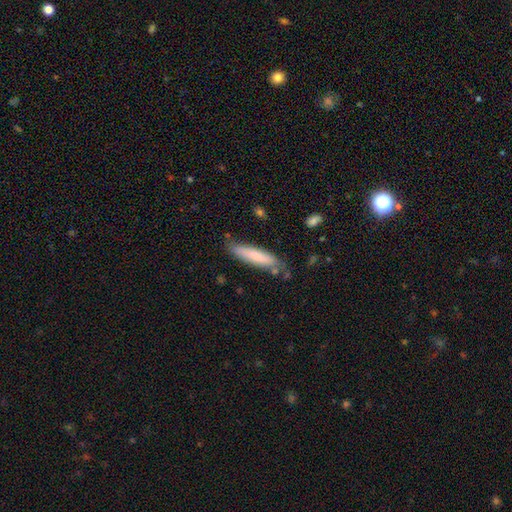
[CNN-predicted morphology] Smooth or featured: smooth — 75% (featured or disk — 19%)
How rounded: cigar-shaped — 81% (in between — 18%)
Merging: none — 76% (minor disturbance — 18%)